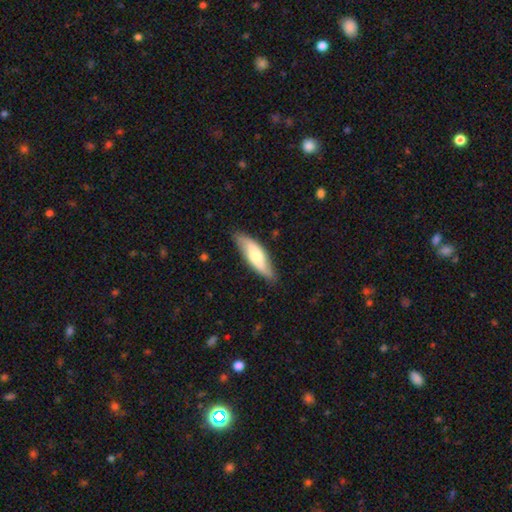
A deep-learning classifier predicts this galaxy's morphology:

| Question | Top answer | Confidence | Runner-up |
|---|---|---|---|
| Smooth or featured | smooth | 57% | featured or disk (38%) |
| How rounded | cigar-shaped | 49% | tied: in between (49%) |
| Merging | none | 82% | minor disturbance (14%) |